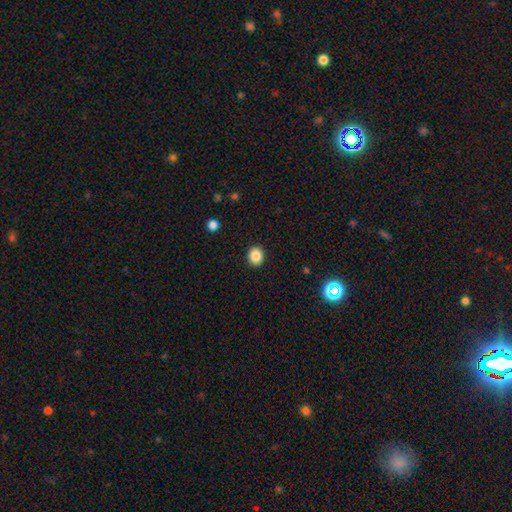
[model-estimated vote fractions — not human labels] Q: Smooth or featured?
A: smooth (86%); runner-up: star or artifact (10%)
Q: How rounded?
A: round (71%); runner-up: in between (28%)
Q: Merging?
A: none (91%); runner-up: minor disturbance (6%)